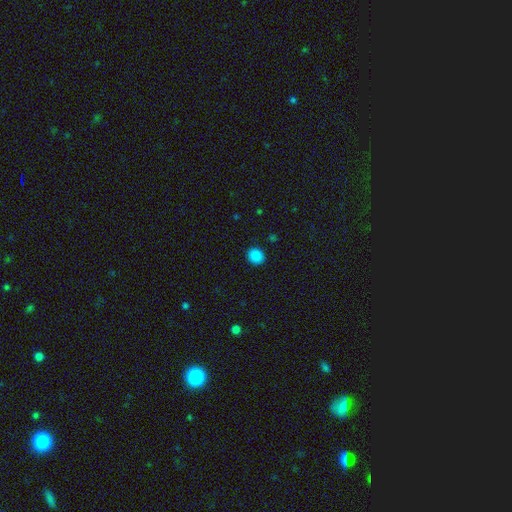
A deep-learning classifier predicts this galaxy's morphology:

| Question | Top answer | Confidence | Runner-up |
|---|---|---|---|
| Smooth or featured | smooth | 87% | star or artifact (11%) |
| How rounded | round | 76% | in between (23%) |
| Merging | none | 90% | minor disturbance (7%) |